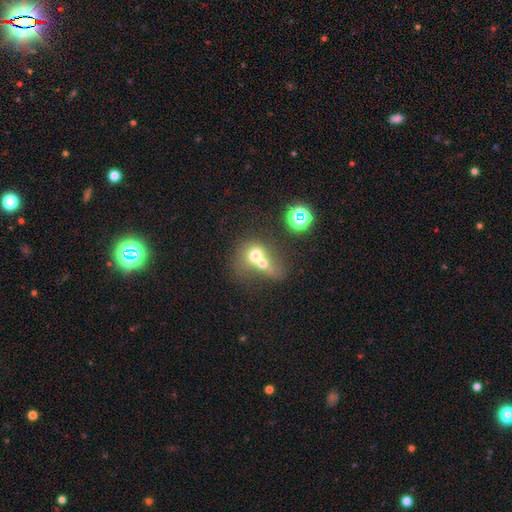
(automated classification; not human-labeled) This appears to be a smooth galaxy with no disk features (62%) that is round (61%). Merging: merger (73%).